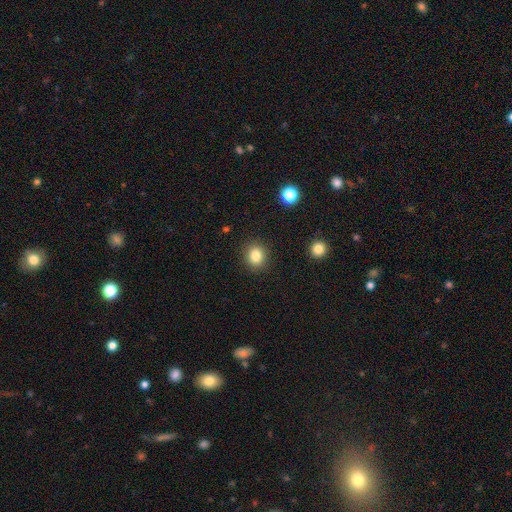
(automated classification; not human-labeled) The model was most divided on "how rounded": round: 77%, in between: 22%, cigar-shaped: 1%. More confident: merging — none (90%); smooth or featured — smooth (83%).